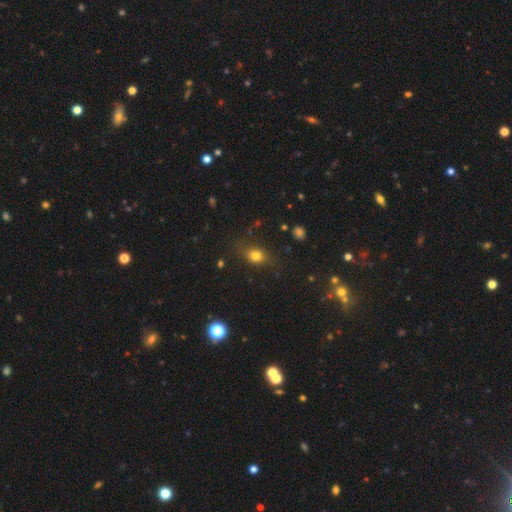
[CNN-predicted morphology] Overall: smooth (77%). How rounded: in between (58%; round 40%). Merging: none (76%).